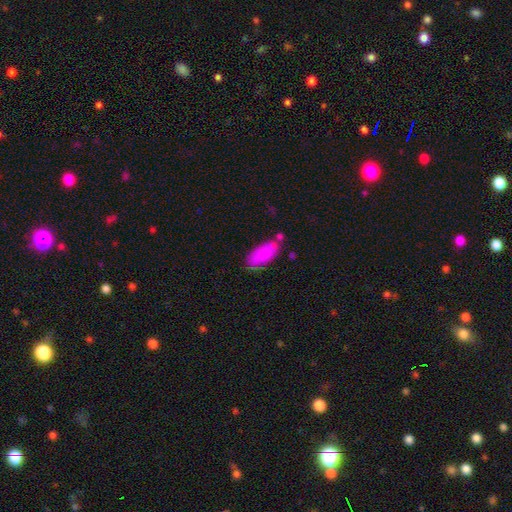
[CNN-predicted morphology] smooth 84%, featured or disk 9%, star or artifact 7%. Down the decision tree: how rounded — in between (86%); merging — none (60%).